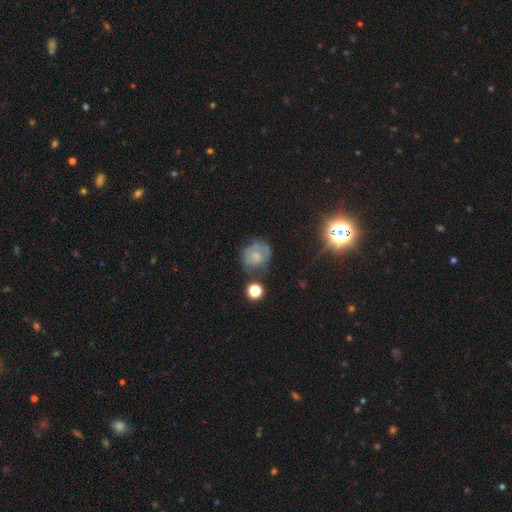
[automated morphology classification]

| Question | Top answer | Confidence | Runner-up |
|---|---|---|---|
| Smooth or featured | smooth | 48% | featured or disk (38%) |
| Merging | none | 47% | minor disturbance (28%) |